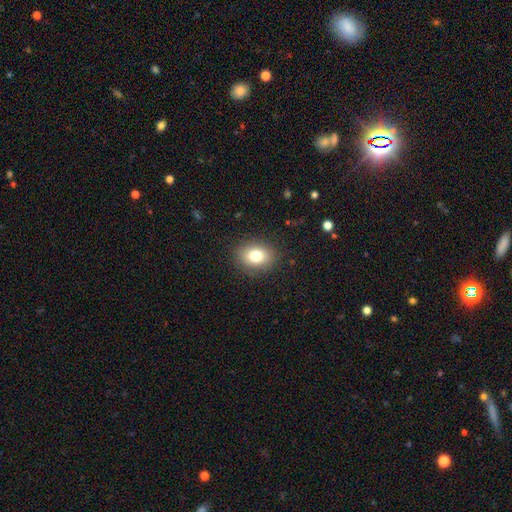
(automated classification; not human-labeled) A smooth galaxy with no disk features (79%) that is in between round and cigar-shaped (57%).

Vote fractions:
- Smooth or featured? smooth: 79% / star or artifact: 11% / featured or disk: 11%
- How rounded? in between: 57% / round: 42% / cigar-shaped: 1%
- Merging? none: 88% / minor disturbance: 8% / major disturbance: 3% / merger: 1%